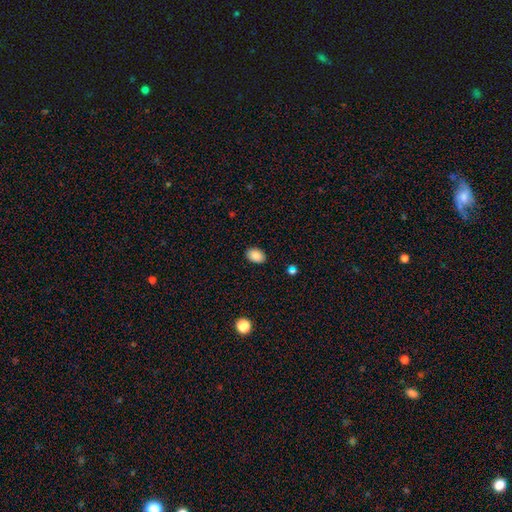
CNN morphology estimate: smooth_or_featured: smooth (p=0.87) [alt: star or artifact p=0.08]
how_rounded: in between (p=0.83) [alt: round p=0.16]
merging: none (p=0.88) [alt: minor disturbance p=0.09]